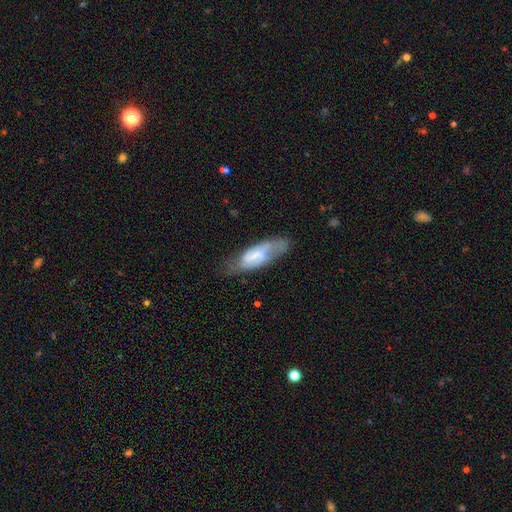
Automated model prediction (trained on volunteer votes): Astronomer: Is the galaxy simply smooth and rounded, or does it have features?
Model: featured or disk — 48% (runner-up: smooth, 45%).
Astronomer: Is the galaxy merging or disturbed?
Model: none — 51% (runner-up: minor disturbance, 30%).